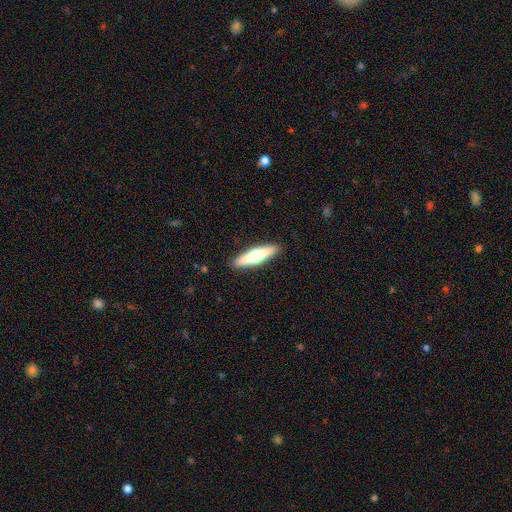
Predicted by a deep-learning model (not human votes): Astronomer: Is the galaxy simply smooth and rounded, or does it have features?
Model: featured or disk — 49% (runner-up: smooth, 46%).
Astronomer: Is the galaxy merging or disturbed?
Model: none — 90%.